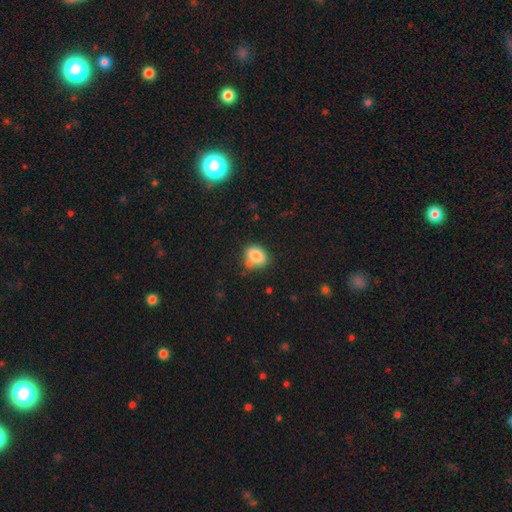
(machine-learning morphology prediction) Smooth or featured?
  - smooth: 84% *
  - star or artifact: 9%
  - featured or disk: 7%
How rounded?
  - in between: 62% *
  - round: 37%
  - cigar-shaped: 1%
Merging?
  - none: 63% *
  - minor disturbance: 20%
  - merger: 12%
  - major disturbance: 5%